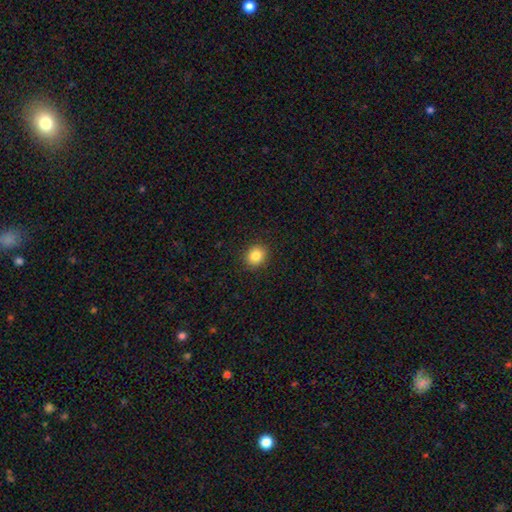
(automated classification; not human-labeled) smooth_or_featured: smooth (p=0.84) [alt: star or artifact p=0.10]
how_rounded: round (p=0.76) [alt: in between p=0.23]
merging: none (p=0.91) [alt: minor disturbance p=0.06]